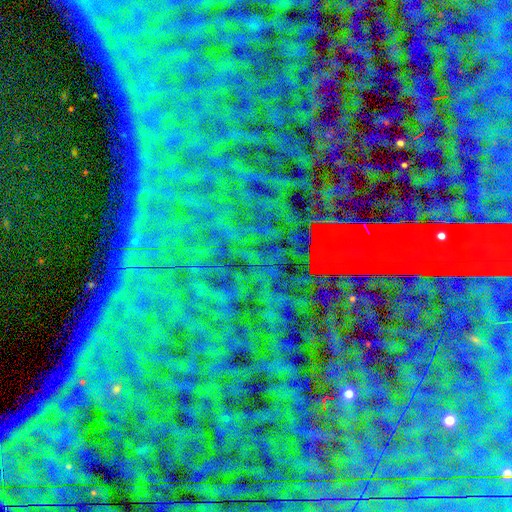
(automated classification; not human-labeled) Smooth or featured?
  - star or artifact: 86% *
  - featured or disk: 7%
  - smooth: 7%